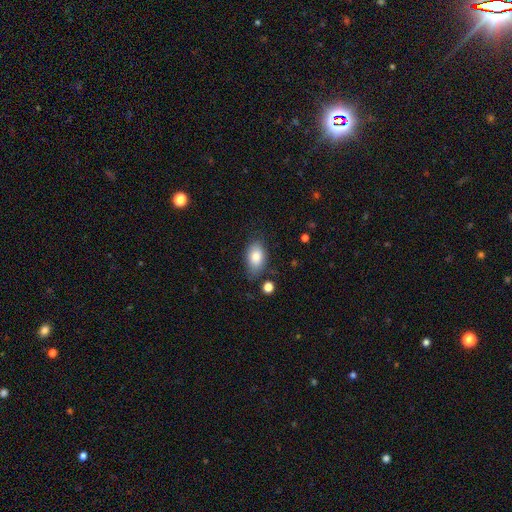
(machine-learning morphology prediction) This is clearly a smooth galaxy (82%). How rounded: clearly in between (91%). Merging: likely none (70%).